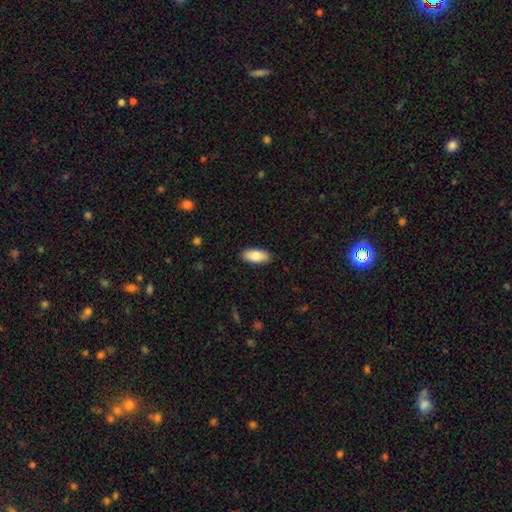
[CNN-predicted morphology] Smooth or featured: smooth — 85% (featured or disk — 9%)
How rounded: in between — 91% (cigar-shaped — 7%)
Merging: none — 89% (minor disturbance — 8%)